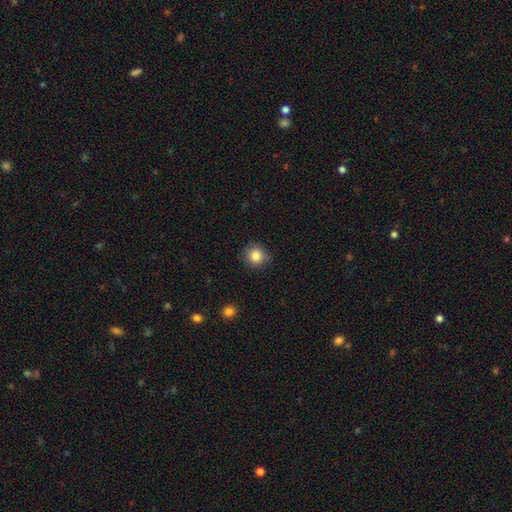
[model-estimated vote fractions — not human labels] Smooth or featured: smooth — 85% (star or artifact — 10%)
How rounded: round — 88% (in between — 11%)
Merging: none — 86% (minor disturbance — 10%)